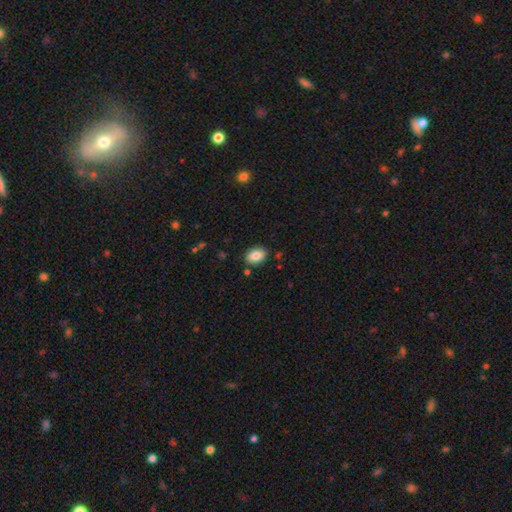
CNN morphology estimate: smooth_or_featured: smooth (p=0.86) [alt: star or artifact p=0.08]
how_rounded: in between (p=0.85) [alt: round p=0.14]
merging: none (p=0.86) [alt: minor disturbance p=0.09]